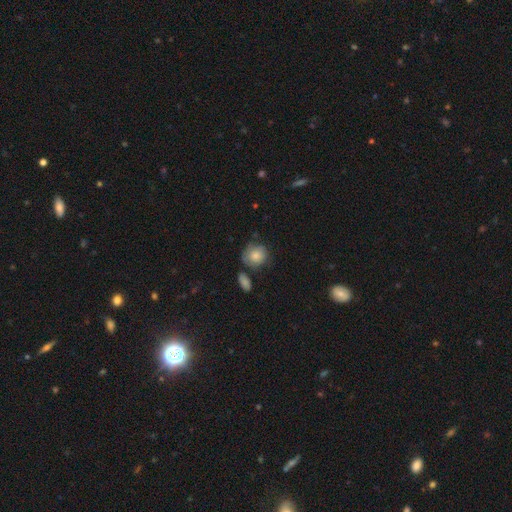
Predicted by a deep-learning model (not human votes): This is likely a smooth galaxy (78%). How rounded: likely round (78%). Merging: possibly none (57%).